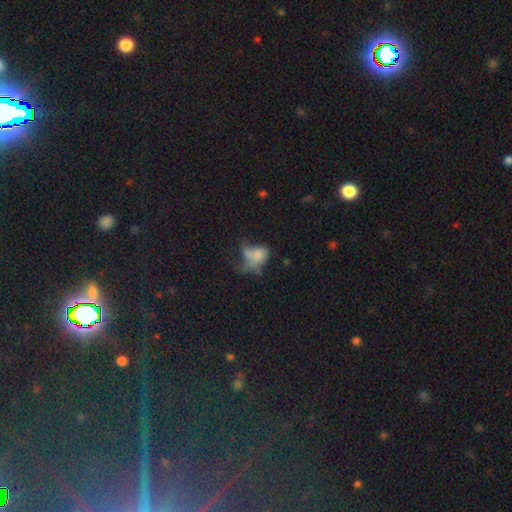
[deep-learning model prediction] A smooth galaxy with no disk features (58%) that is in between round and cigar-shaped (78%).

Vote fractions:
- Smooth or featured? smooth: 58% / featured or disk: 27% / star or artifact: 15%
- How rounded? in between: 78% / round: 20% / cigar-shaped: 2%
- Merging? major disturbance: 44% / none: 20% / minor disturbance: 18% / merger: 18%